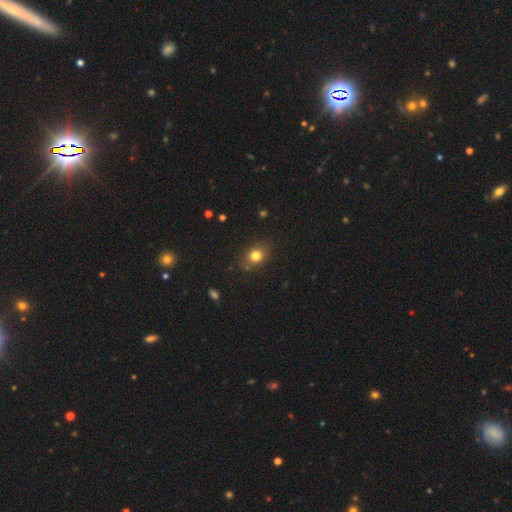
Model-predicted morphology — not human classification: Smooth or featured? smooth (79%)
How rounded? round (58%)
Merging? none (82%)